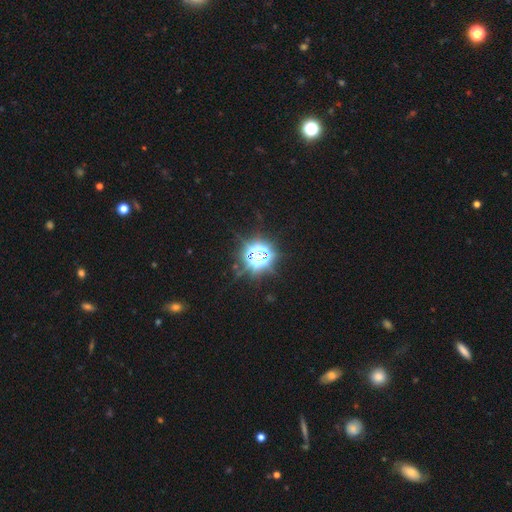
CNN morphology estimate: This appears to be a star or artifact, not a galaxy (72%).